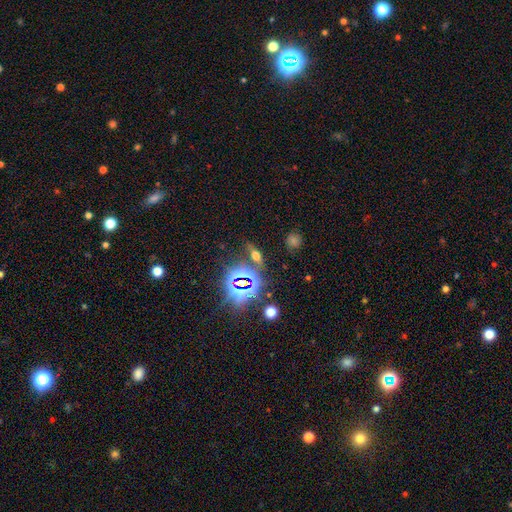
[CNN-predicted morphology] This appears to be a star or artifact, not a galaxy (42%).